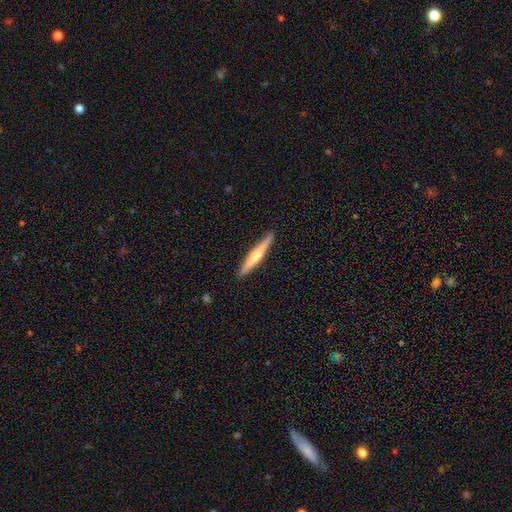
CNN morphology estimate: Smooth or featured: featured or disk — 53% (smooth — 42%)
Edge-on disk: yes — 97% (no — 3%)
Edge-on bulge: rounded — 67% (none — 25%)
Merging: none — 91% (minor disturbance — 6%)